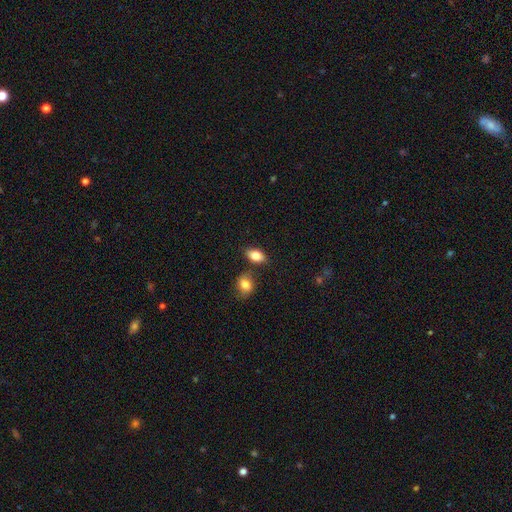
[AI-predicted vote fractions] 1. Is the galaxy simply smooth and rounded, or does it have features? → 84% smooth, 8% featured or disk, 8% star or artifact.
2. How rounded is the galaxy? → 87% in between, 11% round, 3% cigar-shaped.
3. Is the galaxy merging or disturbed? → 74% none, 13% minor disturbance, 11% merger, 3% major disturbance.